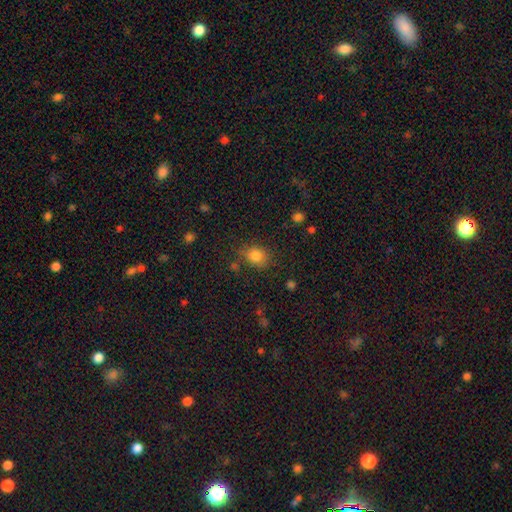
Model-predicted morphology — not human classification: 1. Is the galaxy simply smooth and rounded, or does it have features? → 82% smooth, 11% star or artifact, 7% featured or disk.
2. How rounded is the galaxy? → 52% round, 47% in between, 1% cigar-shaped.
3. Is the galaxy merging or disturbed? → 72% none, 18% minor disturbance, 6% major disturbance, 4% merger.